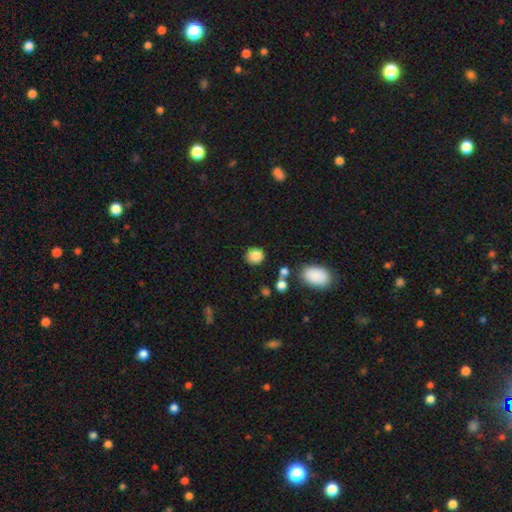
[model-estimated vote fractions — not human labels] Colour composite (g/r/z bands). It shows a smooth galaxy with no disk features (86%) that is round (80%). Merging: none (83%).